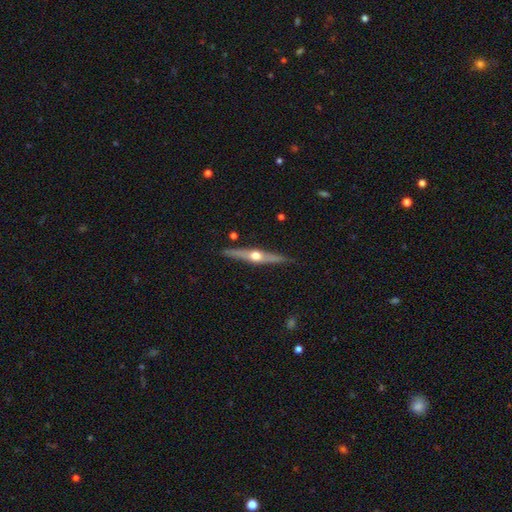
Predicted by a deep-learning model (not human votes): featured or disk 71%, smooth 24%, star or artifact 6%. Down the decision tree: edge-on disk — yes (96%); edge-on bulge — rounded (95%); merging — none (88%).